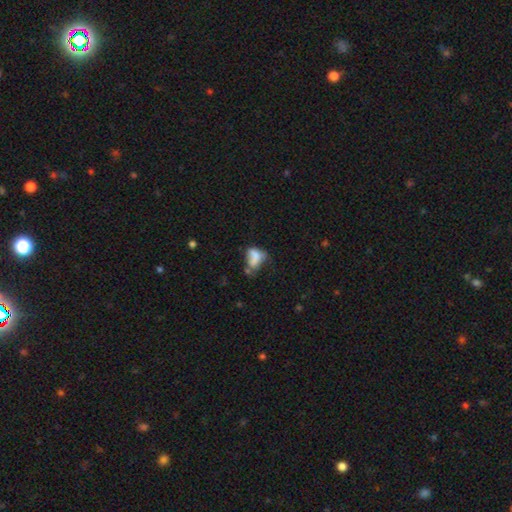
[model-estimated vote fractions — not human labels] smooth_or_featured: smooth (p=0.62) [alt: featured or disk p=0.27]
how_rounded: in between (p=0.82) [alt: round p=0.14]
merging: major disturbance (p=0.27) [alt: none p=0.25]